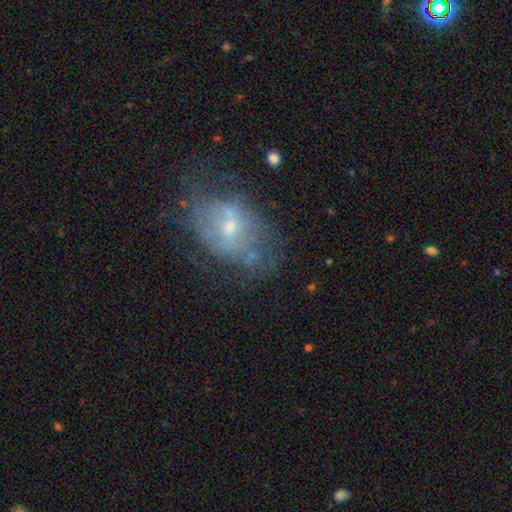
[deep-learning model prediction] featured or disk 61%, smooth 28%, star or artifact 11%. Down the decision tree: edge-on disk — no (96%); bar — no (64%); spiral arms — no (51%); bulge size — small (50%); merging — none (47%).